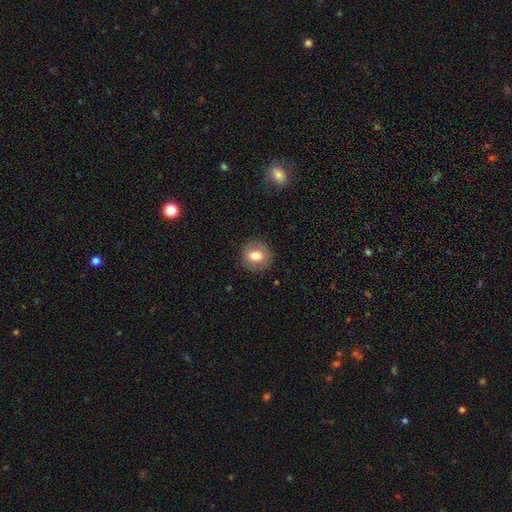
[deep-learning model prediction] A smooth galaxy with no disk features (75%) that is round (83%). Merging: none (87%).